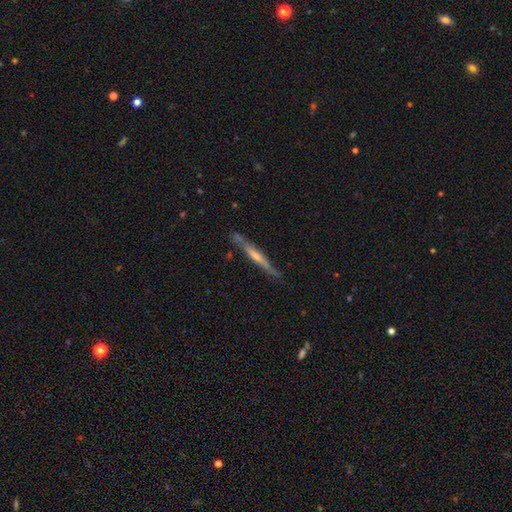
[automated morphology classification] featured or disk 66%, smooth 28%, star or artifact 6%. Down the decision tree: edge-on disk — yes (96%); edge-on bulge — rounded (46%); merging — none (81%).